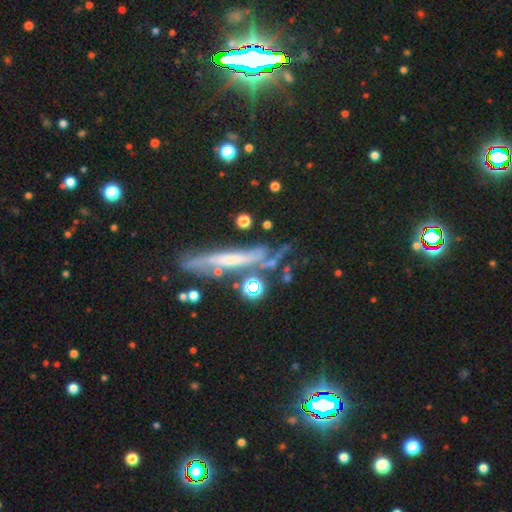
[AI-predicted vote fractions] Smooth or featured? Predicted: featured or disk (p=0.62). Edge-on disk? Predicted: yes (p=0.61). Merging? Predicted: none (p=0.60).